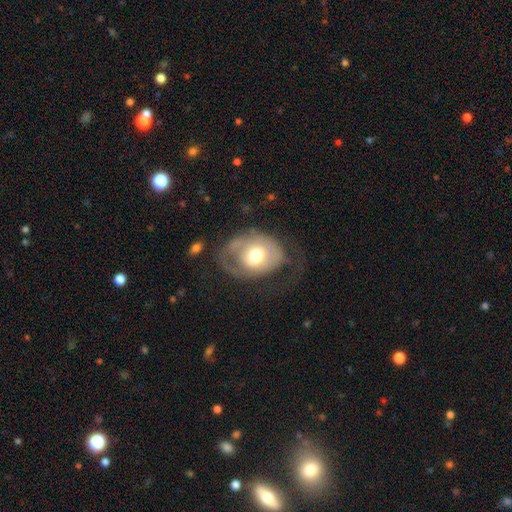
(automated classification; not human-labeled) Smooth or featured?
  - featured or disk: 51% *
  - smooth: 42%
  - star or artifact: 7%
Edge-on disk?
  - no: 94% *
  - yes: 6%
Merging?
  - major disturbance: 41% *
  - none: 34%
  - minor disturbance: 23%
  - merger: 2%